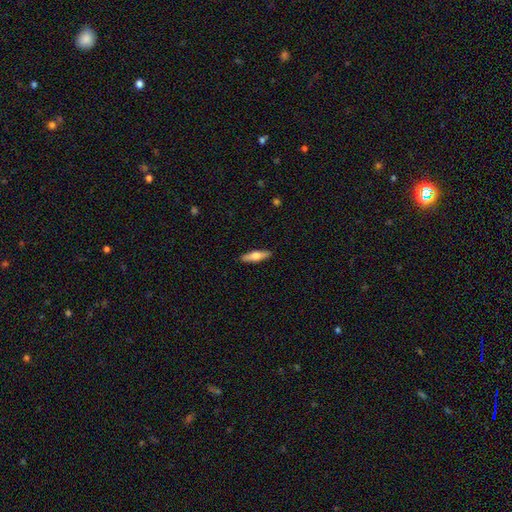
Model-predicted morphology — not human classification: A smooth galaxy with no disk features (59%) that is cigar-shaped (64%). Merging: none (90%).